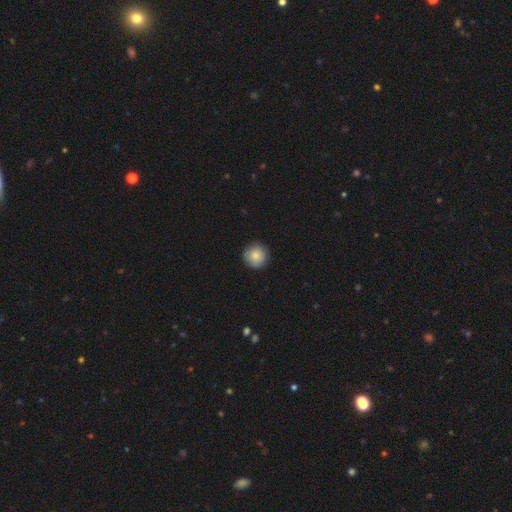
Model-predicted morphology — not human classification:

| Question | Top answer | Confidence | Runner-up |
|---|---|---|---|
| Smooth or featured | smooth | 86% | star or artifact (8%) |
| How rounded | round | 95% | in between (4%) |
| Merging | none | 90% | minor disturbance (7%) |